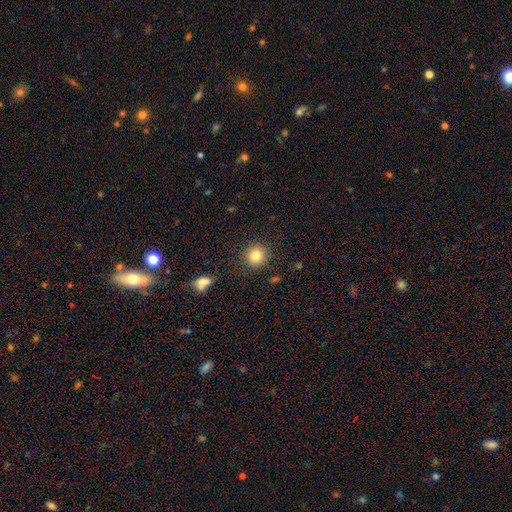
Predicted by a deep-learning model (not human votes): Smooth or featured: smooth — 82% (star or artifact — 11%)
How rounded: round — 91% (in between — 8%)
Merging: none — 88% (minor disturbance — 8%)